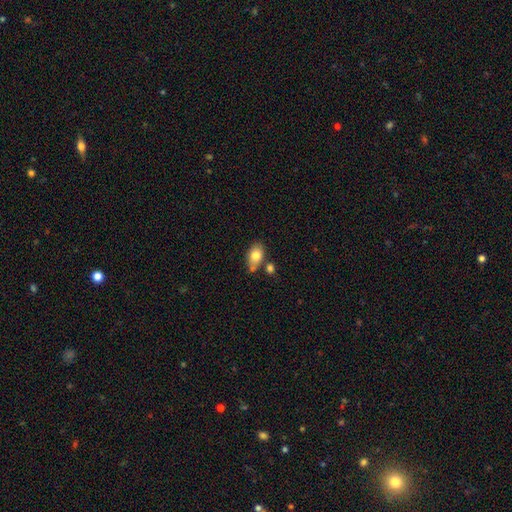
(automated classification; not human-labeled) Smooth or featured: smooth — 78% (featured or disk — 14%)
How rounded: in between — 84% (round — 14%)
Merging: none — 62% (merger — 17%)